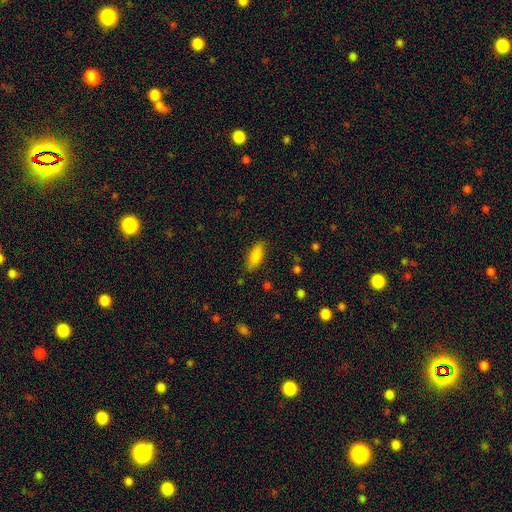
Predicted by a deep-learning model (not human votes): A smooth galaxy with no disk features (83%) that is in between round and cigar-shaped (80%). Merging: none (83%).